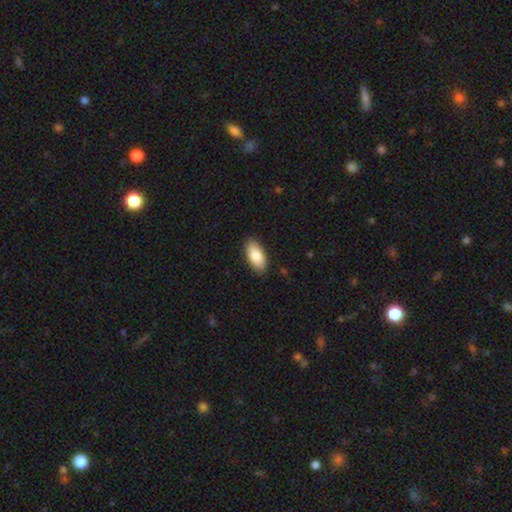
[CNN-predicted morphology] smooth-or-featured: smooth: 83% | featured or disk: 11% | star or artifact: 6%
  how-rounded: in between: 92% | cigar-shaped: 5% | round: 2%
  merging: none: 88% | minor disturbance: 9% | major disturbance: 2% | merger: 1%